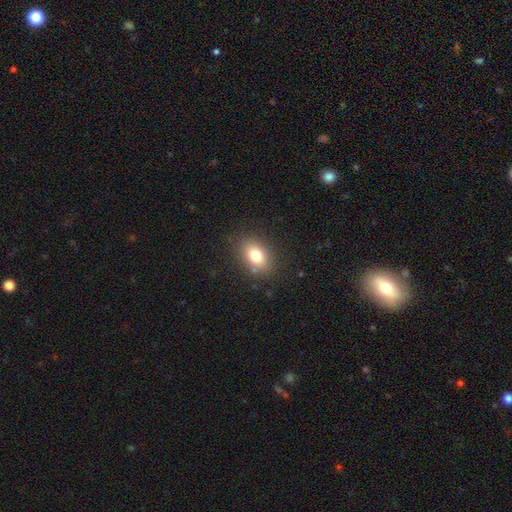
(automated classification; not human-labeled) Smooth or featured?
  - smooth: 80% *
  - featured or disk: 10%
  - star or artifact: 10%
How rounded?
  - in between: 79% *
  - round: 20%
  - cigar-shaped: 2%
Merging?
  - none: 83% *
  - minor disturbance: 11%
  - major disturbance: 4%
  - merger: 2%